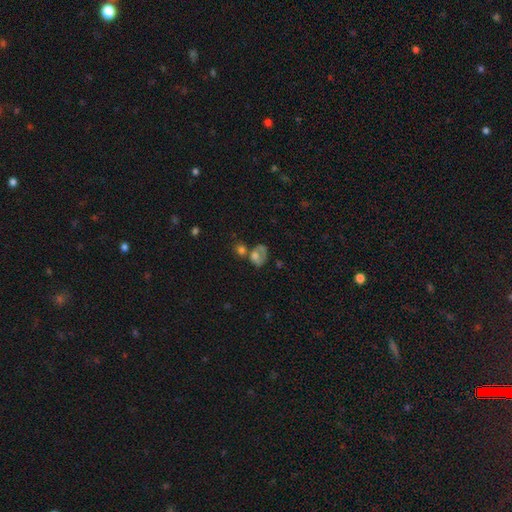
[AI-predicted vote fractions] smooth-or-featured: smooth: 63% | featured or disk: 26% | star or artifact: 12%
  how-rounded: in between: 60% | round: 39% | cigar-shaped: 1%
  merging: merger: 38% | none: 27% | major disturbance: 18% | minor disturbance: 17%